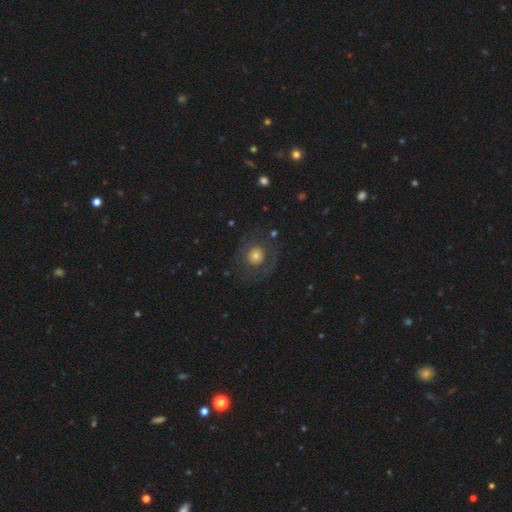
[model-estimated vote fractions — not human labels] smooth_or_featured: smooth (p=0.51) [alt: featured or disk p=0.37]
how_rounded: round (p=0.84) [alt: in between p=0.15]
merging: none (p=0.71) [alt: major disturbance p=0.14]